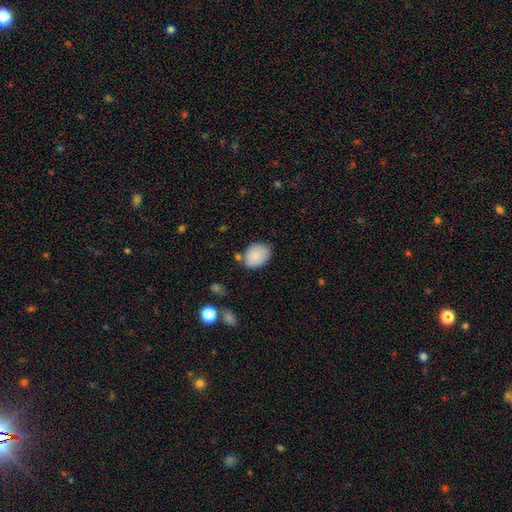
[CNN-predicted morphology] smooth_or_featured: smooth (p=0.86) [alt: star or artifact p=0.07]
how_rounded: in between (p=0.65) [alt: round p=0.34]
merging: none (p=0.74) [alt: minor disturbance p=0.18]